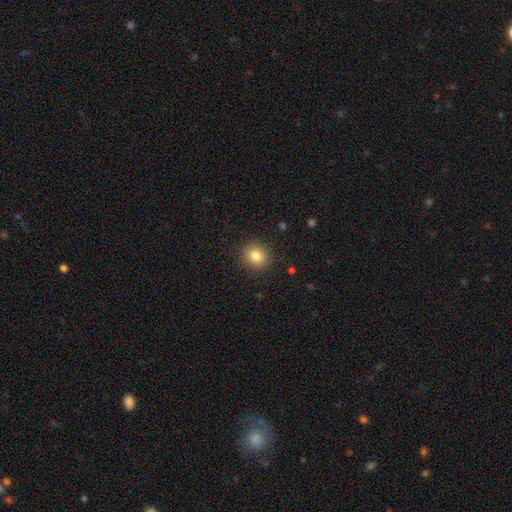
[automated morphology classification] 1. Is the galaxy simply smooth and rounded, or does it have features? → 83% smooth, 11% star or artifact, 6% featured or disk.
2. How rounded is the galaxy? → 81% round, 18% in between, 1% cigar-shaped.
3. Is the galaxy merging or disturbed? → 90% none, 7% minor disturbance, 2% major disturbance, 1% merger.